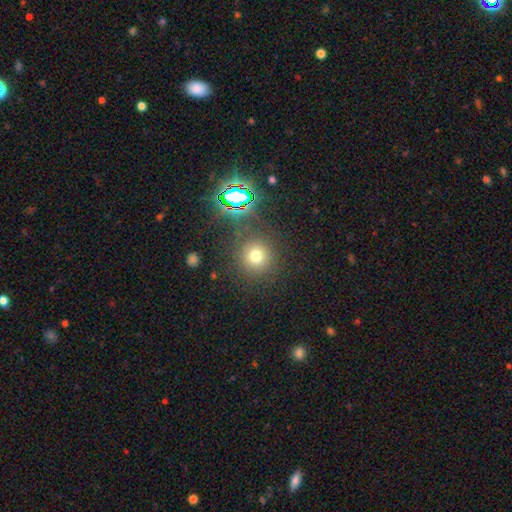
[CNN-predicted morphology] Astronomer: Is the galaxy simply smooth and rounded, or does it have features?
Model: smooth — 69%.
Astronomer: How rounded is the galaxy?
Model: round — 93%.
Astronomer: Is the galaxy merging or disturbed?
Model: none — 85%.